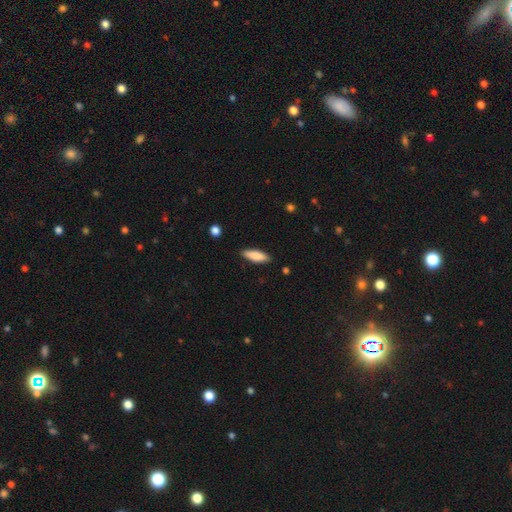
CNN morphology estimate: The model was most divided on "how rounded": in between: 53%, cigar-shaped: 45%, round: 2%. More confident: merging — none (87%); smooth or featured — smooth (82%).